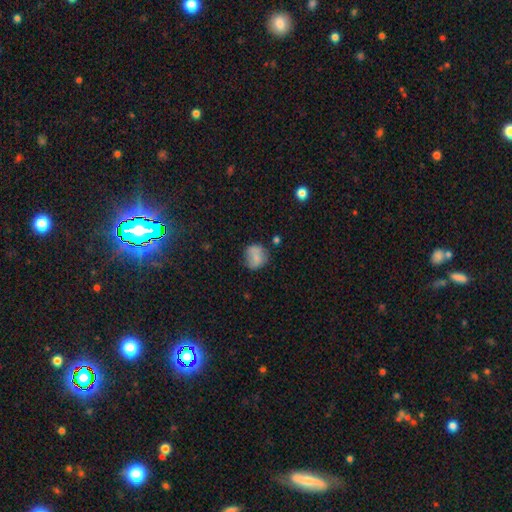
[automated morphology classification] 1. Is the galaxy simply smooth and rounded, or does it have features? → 72% smooth, 19% featured or disk, 9% star or artifact.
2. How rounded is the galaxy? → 79% round, 20% in between, 1% cigar-shaped.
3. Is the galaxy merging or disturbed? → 61% none, 23% minor disturbance, 8% major disturbance, 7% merger.